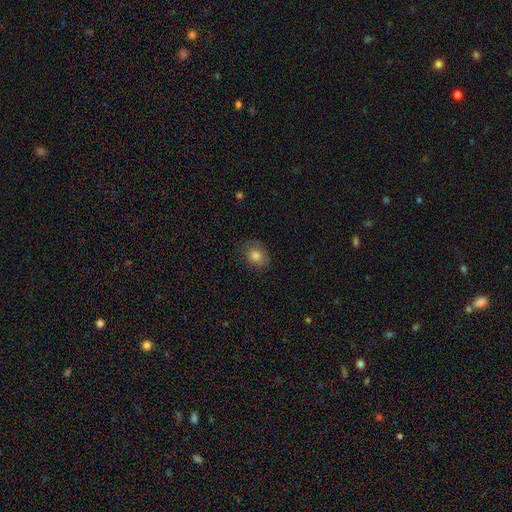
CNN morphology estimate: A smooth galaxy with no disk features (81%) that is in between round and cigar-shaped (52%).

Vote fractions:
- Smooth or featured? smooth: 81% / star or artifact: 10% / featured or disk: 9%
- How rounded? in between: 52% / round: 47% / cigar-shaped: 1%
- Merging? none: 76% / minor disturbance: 18% / major disturbance: 5% / merger: 1%